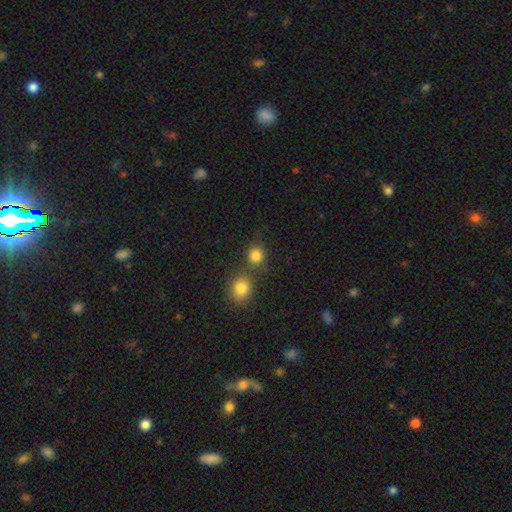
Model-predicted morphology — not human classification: A smooth galaxy with no disk features (83%) that is round (85%).

Vote fractions:
- Smooth or featured? smooth: 83% / star or artifact: 12% / featured or disk: 5%
- How rounded? round: 85% / in between: 14% / cigar-shaped: 1%
- Merging? none: 68% / merger: 20% / minor disturbance: 9% / major disturbance: 3%